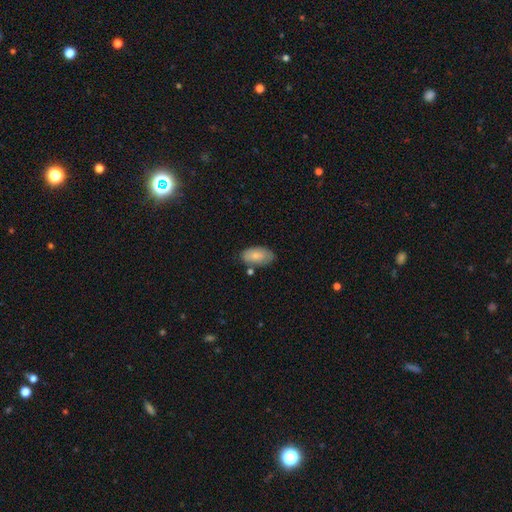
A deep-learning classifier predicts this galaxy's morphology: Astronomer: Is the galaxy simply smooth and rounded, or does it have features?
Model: smooth — 79%.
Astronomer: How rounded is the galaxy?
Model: in between — 94%.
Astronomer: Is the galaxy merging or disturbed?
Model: none — 68%.